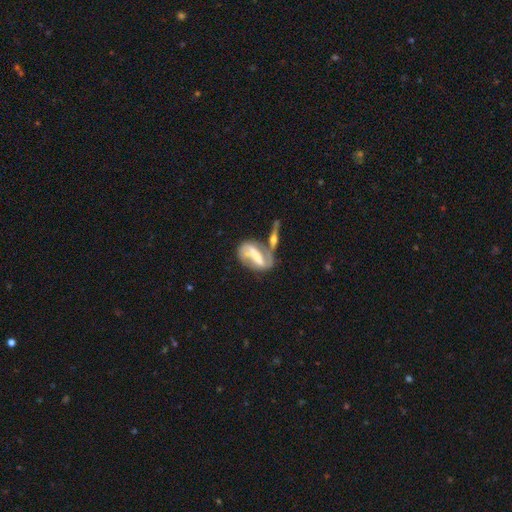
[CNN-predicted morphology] type=featured or disk (76%); edge-on=no (90%); bar=strong (56%); spiral arms=yes (83%); winding=medium (44%); arm count=2 (82%); bulge=moderate (42%); merging=merger (38%).